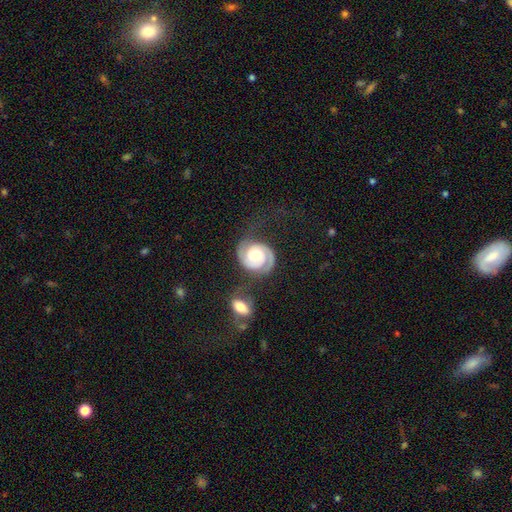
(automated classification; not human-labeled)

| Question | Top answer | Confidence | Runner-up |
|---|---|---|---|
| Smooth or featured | featured or disk | 88% | smooth (8%) |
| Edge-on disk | no | 98% | yes (2%) |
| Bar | no | 68% | weak (24%) |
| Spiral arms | yes | 98% | no (2%) |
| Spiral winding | tight | 63% | medium (30%) |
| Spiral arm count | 2 | 91% | can't tell (3%) |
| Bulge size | moderate | 67% | large (17%) |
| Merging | none | 60% | minor disturbance (17%) |